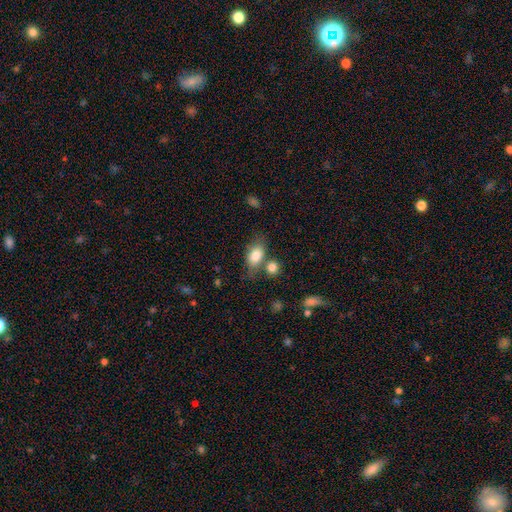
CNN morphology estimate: smooth_or_featured: smooth (p=0.80) [alt: featured or disk p=0.12]
how_rounded: in between (p=0.84) [alt: round p=0.12]
merging: none (p=0.54) [alt: merger p=0.21]